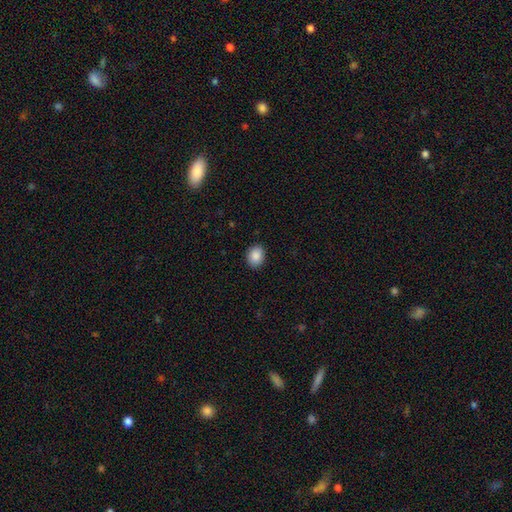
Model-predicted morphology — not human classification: Smooth or featured?
  - smooth: 88% *
  - star or artifact: 8%
  - featured or disk: 4%
How rounded?
  - in between: 50% *
  - round: 49%
  - cigar-shaped: 1%
Merging?
  - none: 89% *
  - minor disturbance: 8%
  - major disturbance: 2%
  - merger: 1%